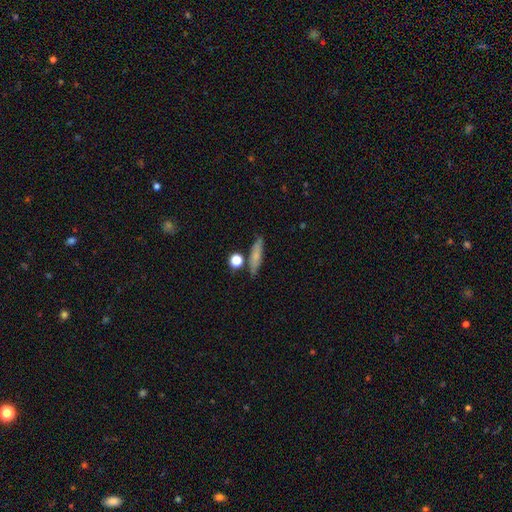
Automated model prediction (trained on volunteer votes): Smooth or featured?
  - smooth: 68% *
  - featured or disk: 23%
  - star or artifact: 9%
How rounded?
  - cigar-shaped: 72% *
  - in between: 22%
  - round: 6%
Merging?
  - none: 75% *
  - minor disturbance: 13%
  - merger: 8%
  - major disturbance: 4%